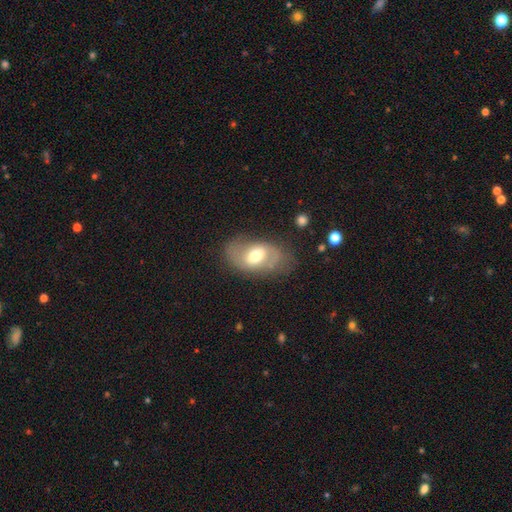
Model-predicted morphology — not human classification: This appears to be a featured or disk galaxy (54%) with a weak bar (46%), spiral arms (59%) and a moderate central bulge (64%). Merging: none (63%).